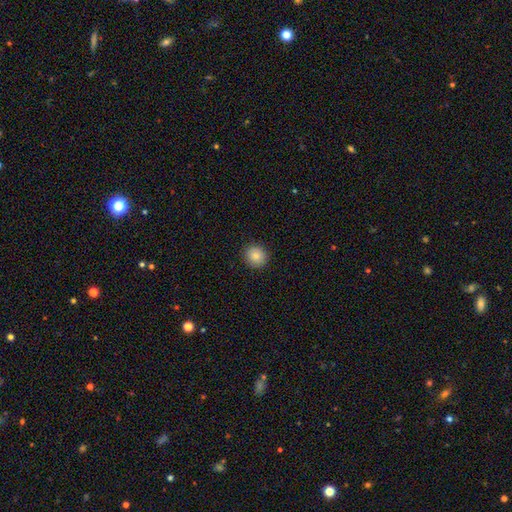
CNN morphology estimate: smooth_or_featured: smooth (p=0.82) [alt: star or artifact p=0.10]
how_rounded: round (p=0.91) [alt: in between p=0.08]
merging: none (p=0.92) [alt: minor disturbance p=0.06]